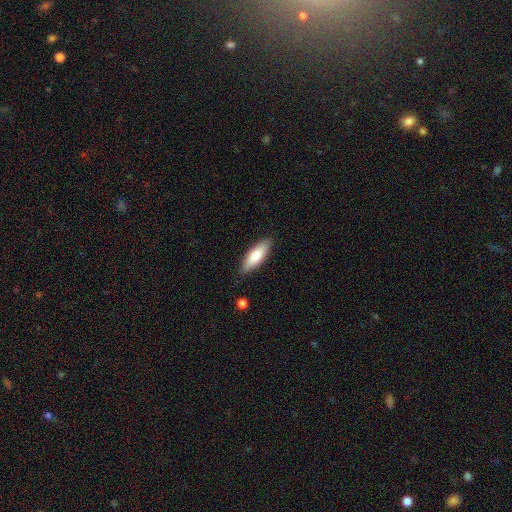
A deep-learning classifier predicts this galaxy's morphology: Overall: smooth (74%). How rounded: in between (51%; cigar-shaped 47%). Merging: none (87%).